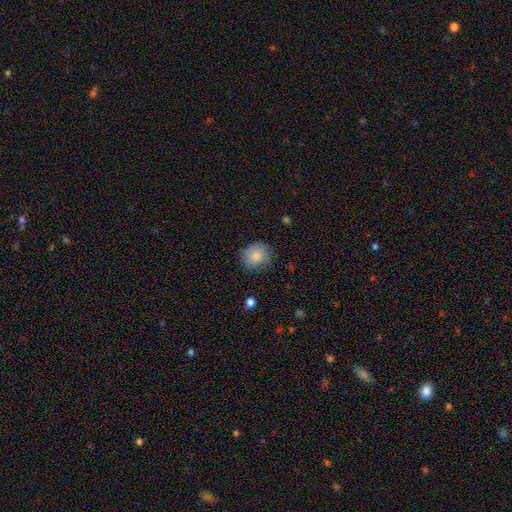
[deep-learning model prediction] Overall: smooth (85%). How rounded: round (82%). Merging: none (80%).